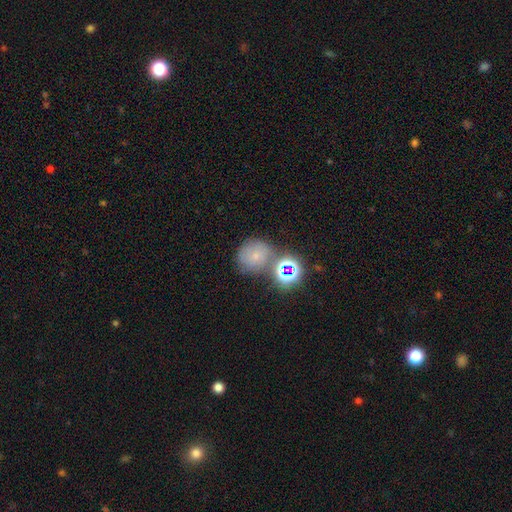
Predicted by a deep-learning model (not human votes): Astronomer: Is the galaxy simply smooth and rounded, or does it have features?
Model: smooth — 50% (runner-up: star or artifact, 28%).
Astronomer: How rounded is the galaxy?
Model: round — 81%.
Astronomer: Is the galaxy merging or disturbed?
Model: none — 58%.